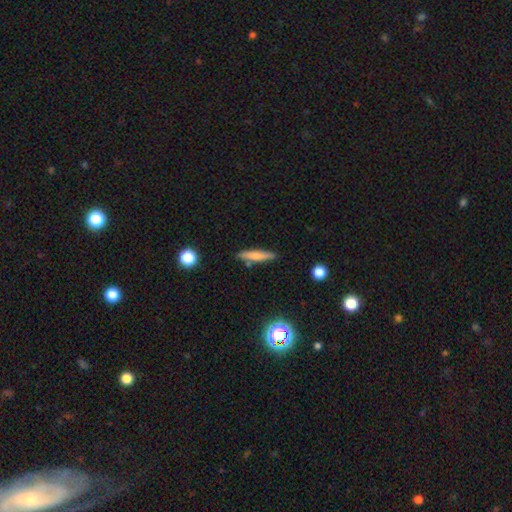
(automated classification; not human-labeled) Smooth or featured? Predicted: smooth (p=0.68). How rounded? Predicted: cigar-shaped (p=0.88). Merging? Predicted: none (p=0.82).